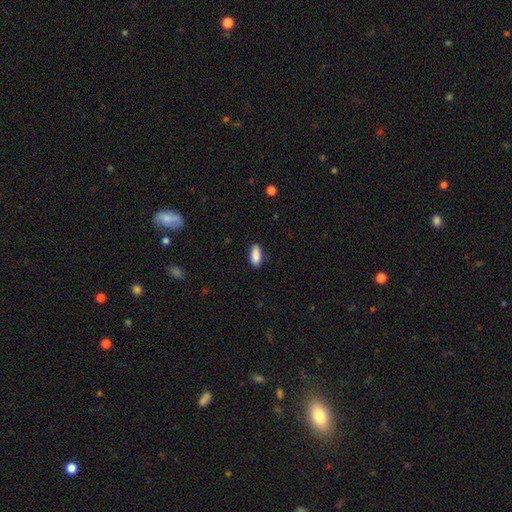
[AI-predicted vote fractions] smooth 89%, star or artifact 7%, featured or disk 4%. Down the decision tree: how rounded — in between (81%); merging — none (82%).